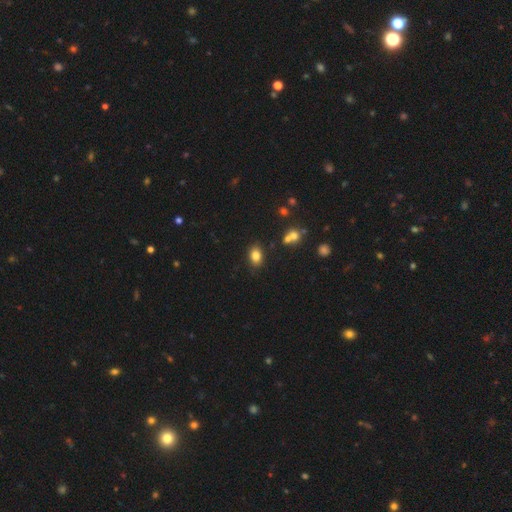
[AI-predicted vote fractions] A smooth galaxy with no disk features (82%) that is in between round and cigar-shaped (78%). Merging: none (82%).